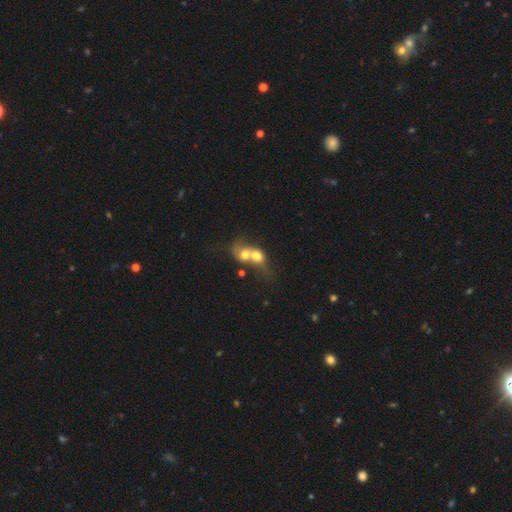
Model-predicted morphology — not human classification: Smooth or featured?
  - smooth: 63% *
  - featured or disk: 28%
  - star or artifact: 10%
How rounded?
  - round: 52% *
  - in between: 46%
  - cigar-shaped: 2%
Merging?
  - merger: 80% *
  - none: 10%
  - major disturbance: 5%
  - minor disturbance: 4%